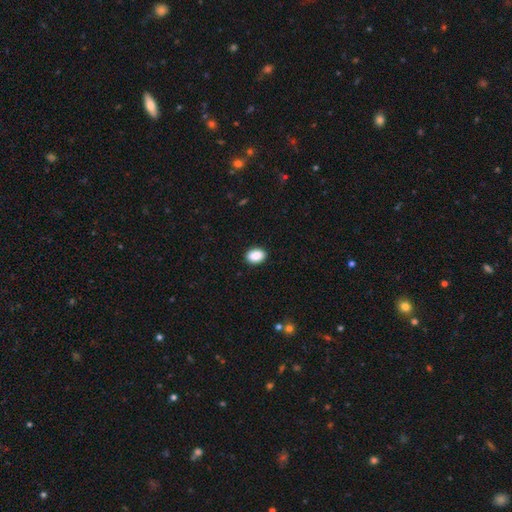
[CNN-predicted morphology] This is clearly a smooth galaxy (89%). How rounded: likely in between (78%). Merging: clearly none (91%).